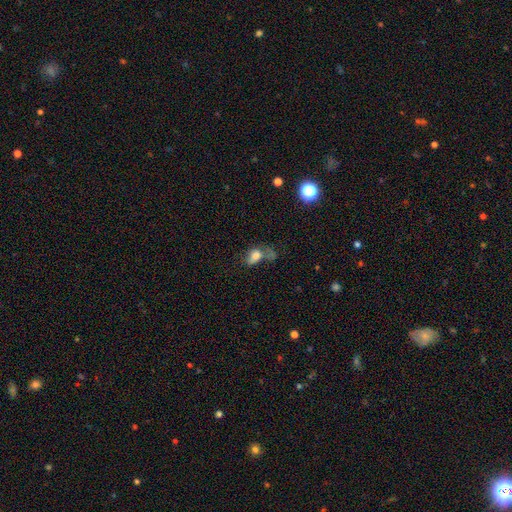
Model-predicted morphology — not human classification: A smooth galaxy with no disk features (70%) that is in between round and cigar-shaped (77%).

Vote fractions:
- Smooth or featured? smooth: 70% / featured or disk: 17% / star or artifact: 13%
- How rounded? in between: 77% / round: 20% / cigar-shaped: 2%
- Merging? major disturbance: 32% / none: 25% / merger: 23% / minor disturbance: 20%